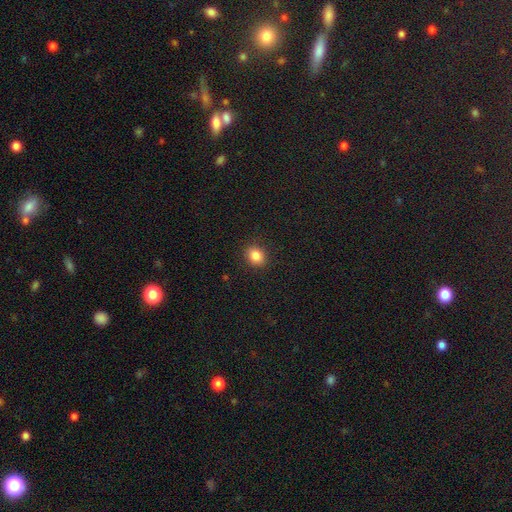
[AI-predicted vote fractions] A smooth galaxy with no disk features (85%) that is round (58%). Merging: none (90%).